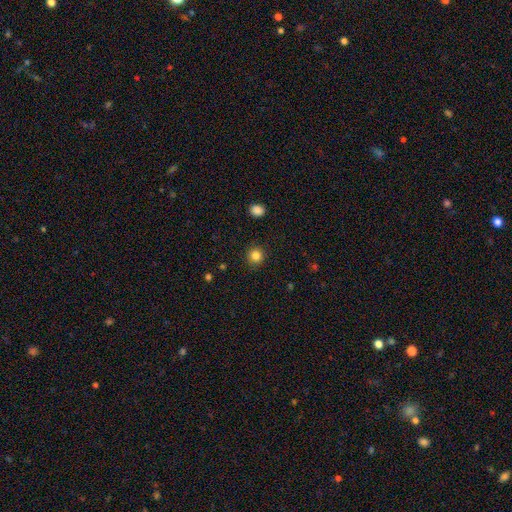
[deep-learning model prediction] Smooth or featured? Predicted: smooth (p=0.83). How rounded? Predicted: round (p=0.92). Merging? Predicted: none (p=0.90).